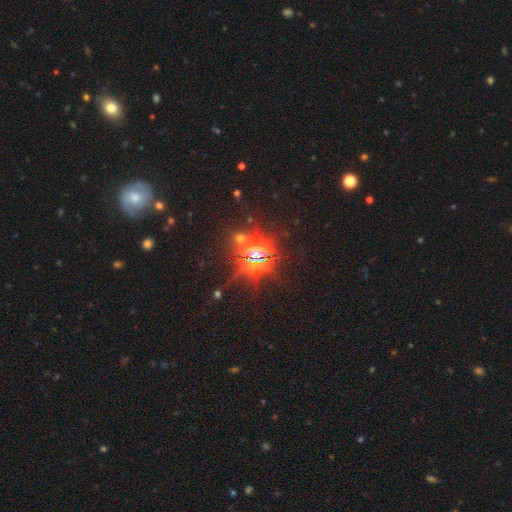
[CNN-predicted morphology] A star or artifact, not a galaxy (78%).

Vote fractions:
- Smooth or featured? star or artifact: 78% / smooth: 12% / featured or disk: 10%